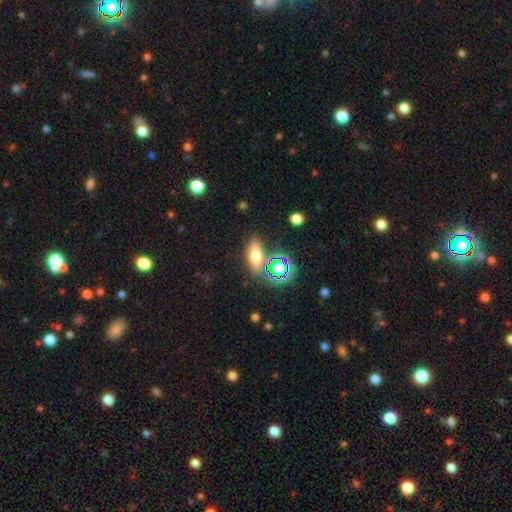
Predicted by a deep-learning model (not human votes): This appears to be a smooth galaxy with no disk features (62%) that is in between round and cigar-shaped (62%). Merging: none (77%).